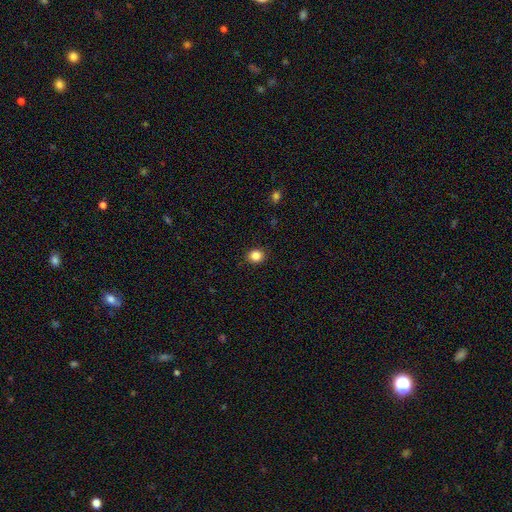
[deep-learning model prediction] Smooth or featured? Predicted: smooth (p=0.85). How rounded? Predicted: round (p=0.80). Merging? Predicted: none (p=0.90).